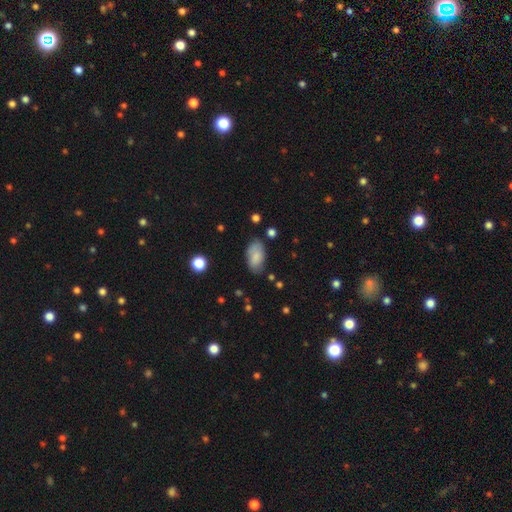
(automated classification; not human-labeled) smooth_or_featured: smooth (p=0.83) [alt: featured or disk p=0.10]
how_rounded: in between (p=0.94) [alt: round p=0.03]
merging: none (p=0.74) [alt: minor disturbance p=0.19]